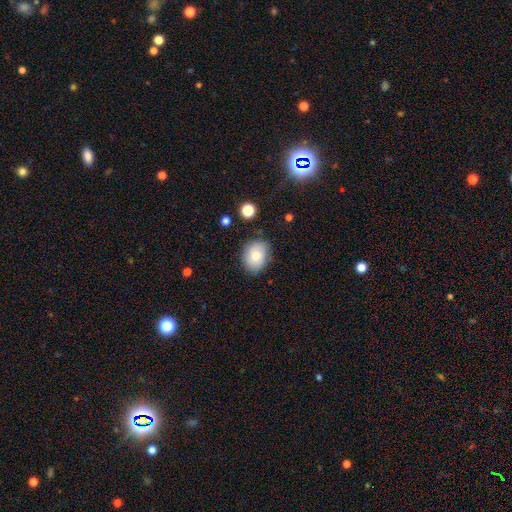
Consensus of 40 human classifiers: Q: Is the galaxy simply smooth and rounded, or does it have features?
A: smooth — 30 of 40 (75%).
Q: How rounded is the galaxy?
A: round — 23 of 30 (77%).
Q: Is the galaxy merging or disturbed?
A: none — 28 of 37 (76%).